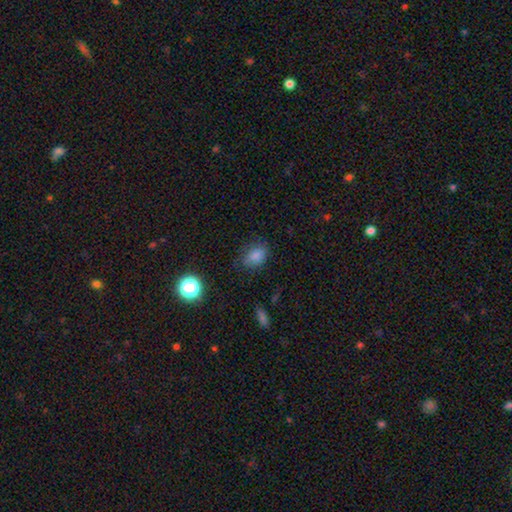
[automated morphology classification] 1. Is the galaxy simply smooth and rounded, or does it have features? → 80% smooth, 13% star or artifact, 7% featured or disk.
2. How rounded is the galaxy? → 71% in between, 28% round, 1% cigar-shaped.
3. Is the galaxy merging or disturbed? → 72% none, 21% minor disturbance, 6% major disturbance, 2% merger.